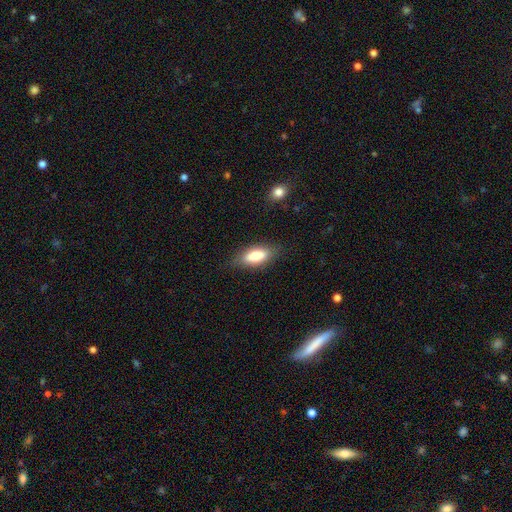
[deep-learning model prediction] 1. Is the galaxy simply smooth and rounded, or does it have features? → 77% smooth, 16% featured or disk, 7% star or artifact.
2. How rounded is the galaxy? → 78% in between, 20% cigar-shaped, 3% round.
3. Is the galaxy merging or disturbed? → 80% none, 15% minor disturbance, 4% major disturbance, 1% merger.